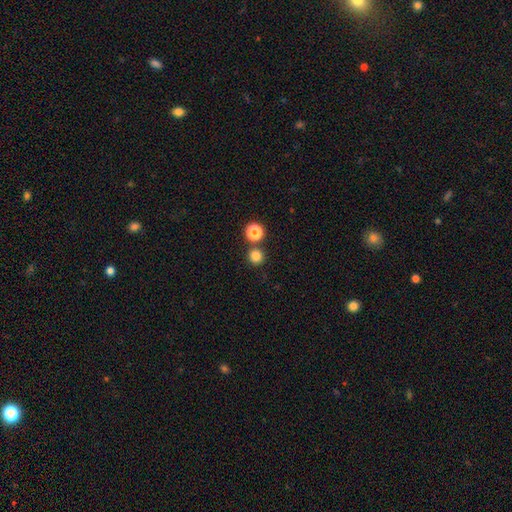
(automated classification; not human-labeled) A smooth galaxy with no disk features (81%) that is round (94%).

Vote fractions:
- Smooth or featured? smooth: 81% / star or artifact: 14% / featured or disk: 5%
- How rounded? round: 94% / in between: 5% / cigar-shaped: 1%
- Merging? none: 77% / merger: 15% / minor disturbance: 6% / major disturbance: 2%